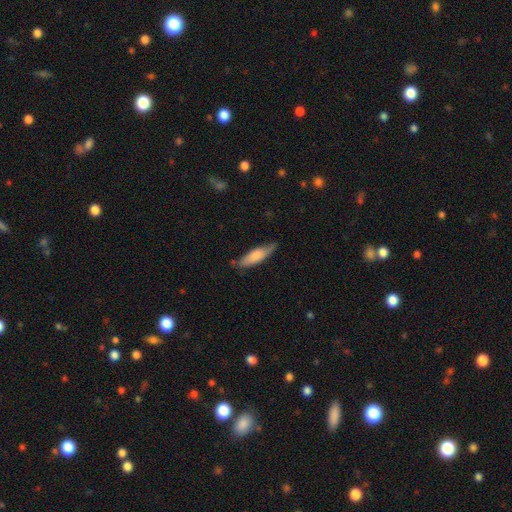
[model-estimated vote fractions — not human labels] Smooth or featured: smooth — 73% (featured or disk — 21%)
How rounded: cigar-shaped — 56% (in between — 43%)
Merging: none — 66% (minor disturbance — 27%)